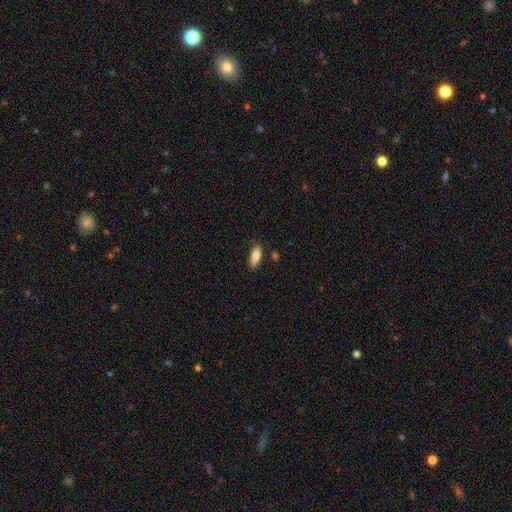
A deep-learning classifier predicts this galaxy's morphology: Smooth or featured: smooth — 76% (featured or disk — 18%)
How rounded: in between — 66% (cigar-shaped — 32%)
Merging: none — 85% (minor disturbance — 11%)